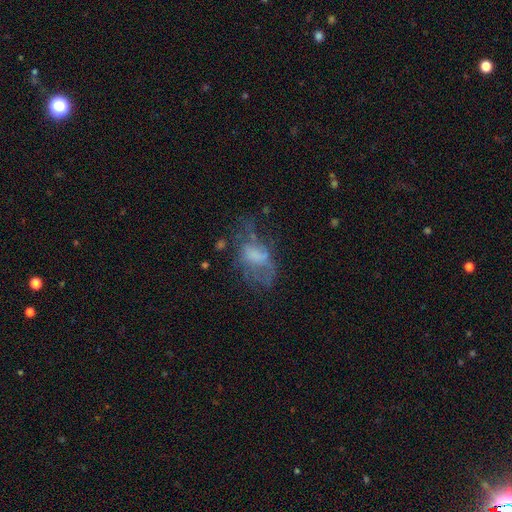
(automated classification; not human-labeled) Smooth or featured? featured or disk (47%)
Merging? major disturbance (41%)